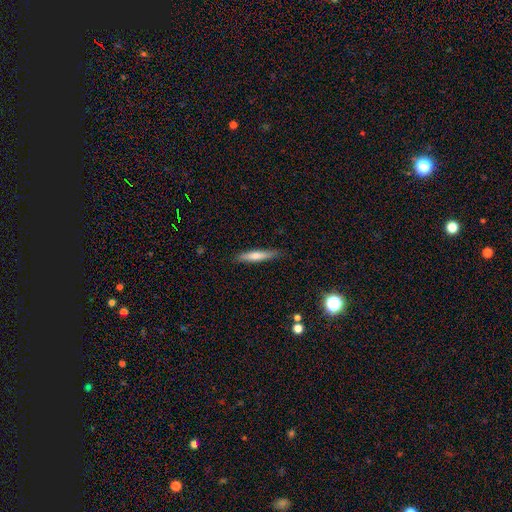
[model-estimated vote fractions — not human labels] The model was most divided on "smooth or featured": smooth: 59%, featured or disk: 34%, star or artifact: 7%. More confident: how rounded — cigar-shaped (89%); merging — none (86%).